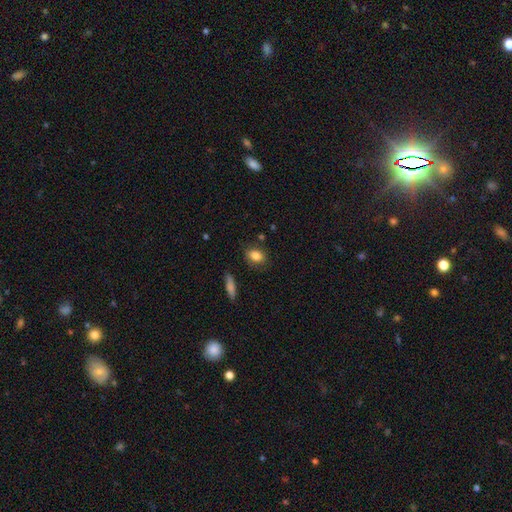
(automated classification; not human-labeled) smooth-or-featured: smooth: 84% | star or artifact: 8% | featured or disk: 8%
  how-rounded: in between: 74% | round: 23% | cigar-shaped: 3%
  merging: none: 81% | minor disturbance: 13% | major disturbance: 3% | merger: 3%